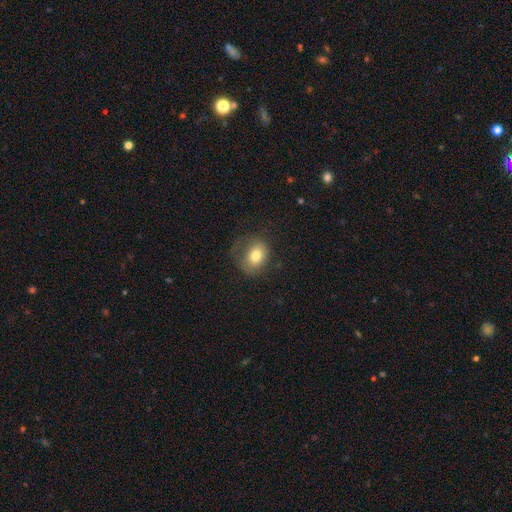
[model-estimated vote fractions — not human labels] Smooth or featured? Predicted: smooth (p=0.73). How rounded? Predicted: in between (p=0.54). Merging? Predicted: none (p=0.55).